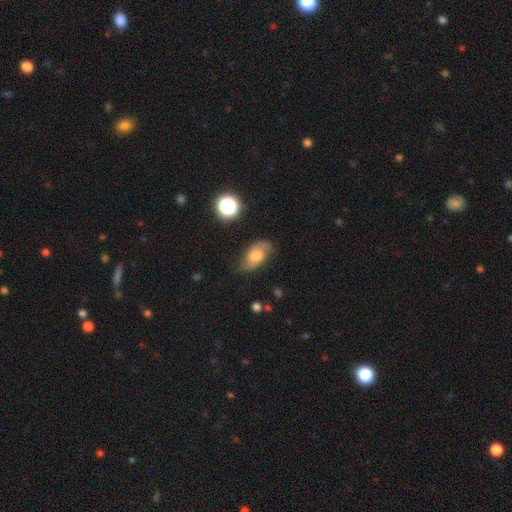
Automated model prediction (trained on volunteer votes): A featured or disk galaxy (54%) with no bar (66%), spiral arms (85%) and a moderate central bulge (42%).

Vote fractions:
- Smooth or featured? featured or disk: 54% / smooth: 37% / star or artifact: 9%
- Edge-on disk? no: 93% / yes: 7%
- Bar? no: 66% / weak: 29% / strong: 5%
- Spiral arms? yes: 85% / no: 15%
- Bulge size? moderate: 42% / large: 33% / small: 14% / none: 7% / dominant: 4%
- Merging? none: 71% / minor disturbance: 21% / major disturbance: 6% / merger: 2%